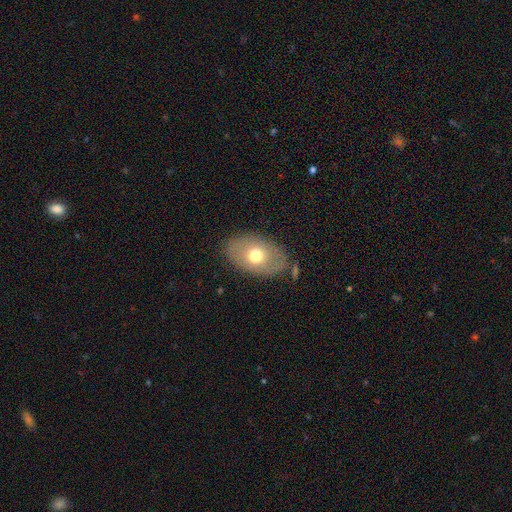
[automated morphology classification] smooth 64%, featured or disk 28%, star or artifact 7%. Down the decision tree: how rounded — in between (85%); merging — none (81%).